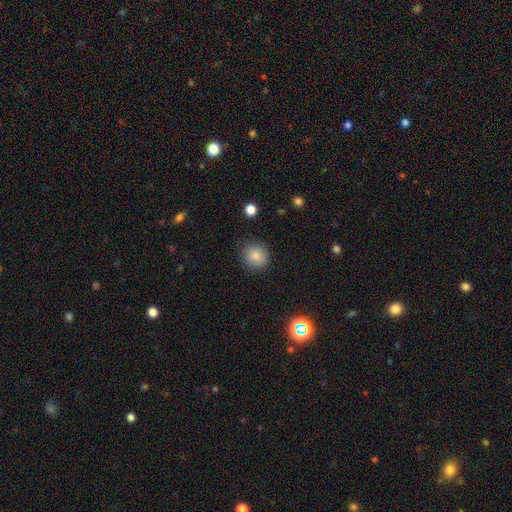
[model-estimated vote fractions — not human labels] The model was most divided on "merging": none: 84%, minor disturbance: 11%, major disturbance: 3%, merger: 1%. More confident: how rounded — round (88%); smooth or featured — smooth (85%).